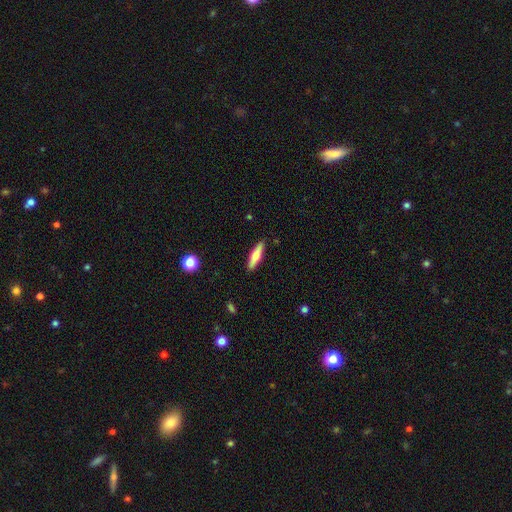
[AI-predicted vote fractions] Q: Smooth or featured?
A: smooth (57%); runner-up: featured or disk (37%)
Q: How rounded?
A: cigar-shaped (76%); runner-up: in between (22%)
Q: Merging?
A: none (90%); runner-up: minor disturbance (7%)